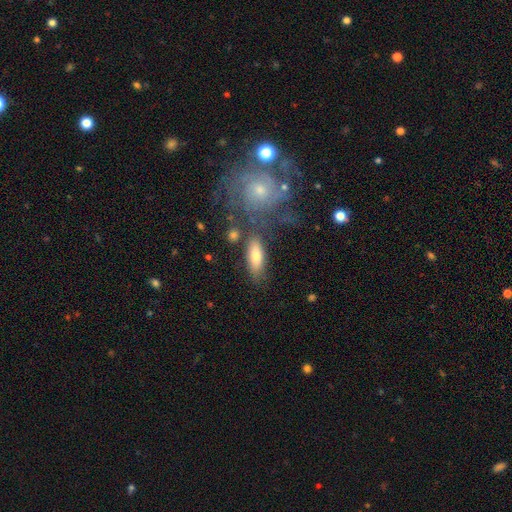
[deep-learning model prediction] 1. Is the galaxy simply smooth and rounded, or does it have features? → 72% smooth, 21% featured or disk, 7% star or artifact.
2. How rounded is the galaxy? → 71% in between, 25% cigar-shaped, 4% round.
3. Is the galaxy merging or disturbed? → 69% none, 15% minor disturbance, 11% merger, 5% major disturbance.